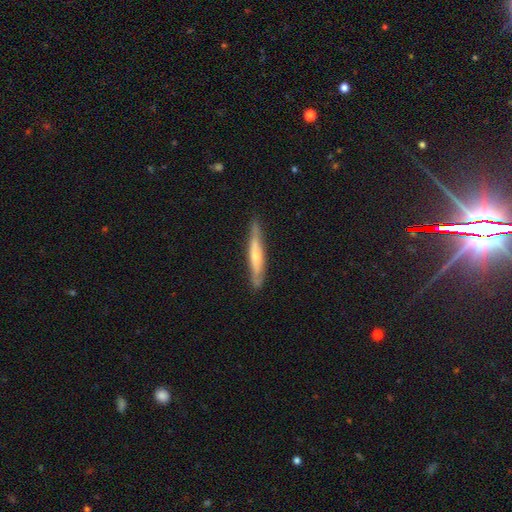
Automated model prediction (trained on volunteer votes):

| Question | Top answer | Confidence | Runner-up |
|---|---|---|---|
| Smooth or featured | featured or disk | 54% | smooth (41%) |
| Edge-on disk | yes | 83% | no (17%) |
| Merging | none | 82% | minor disturbance (14%) |